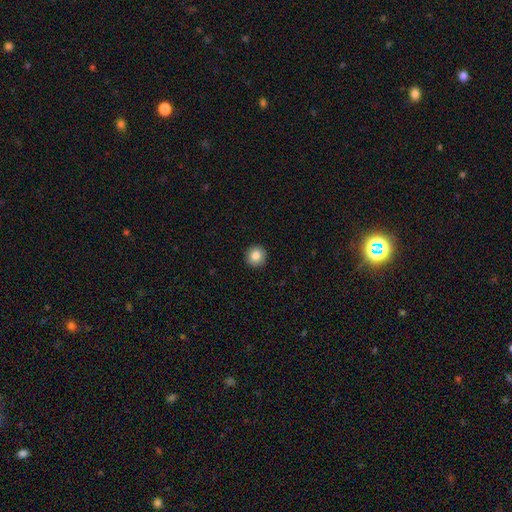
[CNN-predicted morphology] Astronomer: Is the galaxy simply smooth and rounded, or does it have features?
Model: smooth — 84%.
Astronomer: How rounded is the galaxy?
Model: round — 94%.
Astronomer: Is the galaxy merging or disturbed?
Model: none — 93%.